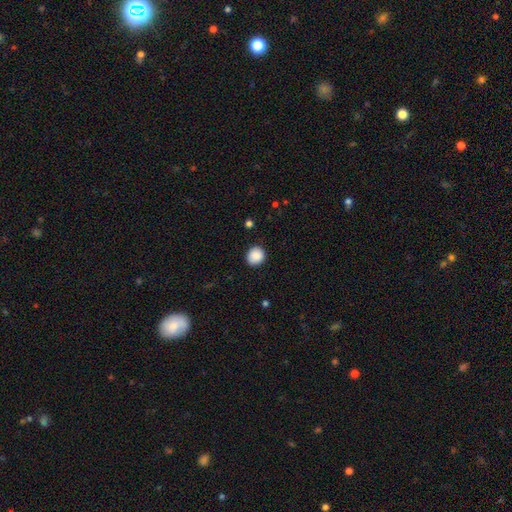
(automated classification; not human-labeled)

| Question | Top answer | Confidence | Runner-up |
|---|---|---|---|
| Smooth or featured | smooth | 88% | star or artifact (8%) |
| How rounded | round | 85% | in between (14%) |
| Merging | none | 89% | minor disturbance (8%) |